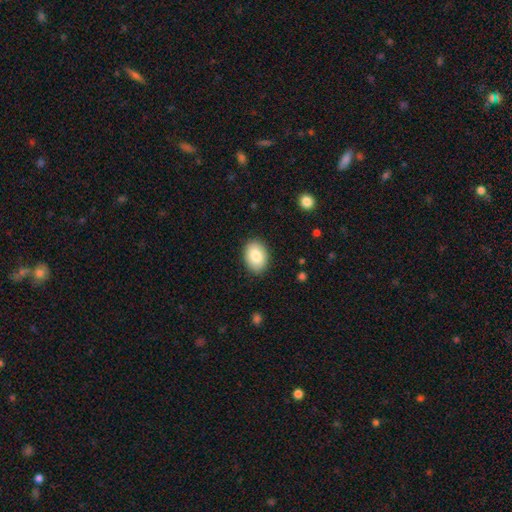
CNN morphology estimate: Q: Smooth or featured?
A: smooth (85%); runner-up: featured or disk (9%)
Q: How rounded?
A: in between (81%); runner-up: round (18%)
Q: Merging?
A: none (88%); runner-up: minor disturbance (9%)